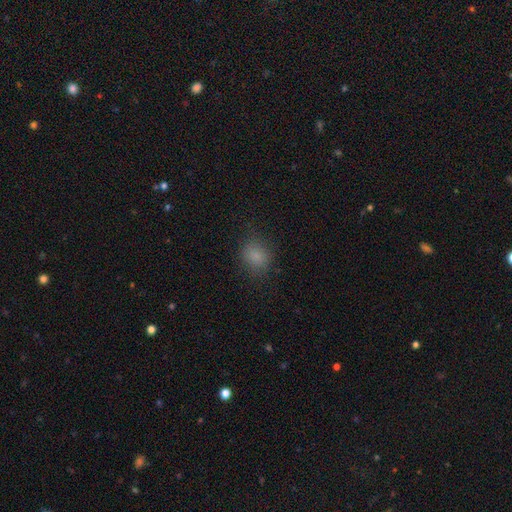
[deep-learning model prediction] smooth_or_featured: smooth (p=0.81) [alt: star or artifact p=0.13]
how_rounded: round (p=0.61) [alt: in between p=0.37]
merging: none (p=0.79) [alt: minor disturbance p=0.15]